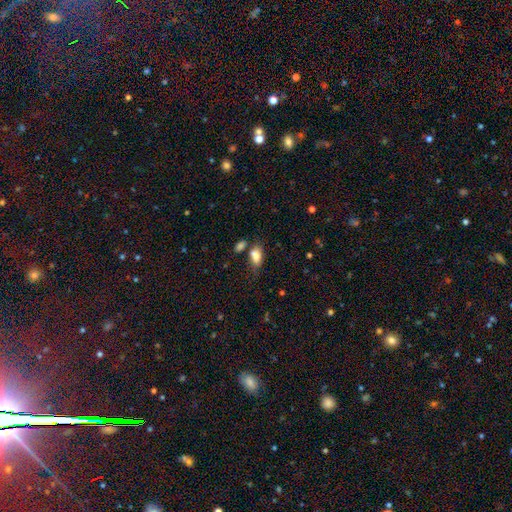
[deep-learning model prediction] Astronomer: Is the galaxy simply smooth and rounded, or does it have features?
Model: smooth — 82%.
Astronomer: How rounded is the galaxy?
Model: in between — 88%.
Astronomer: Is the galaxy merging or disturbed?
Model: none — 52%.